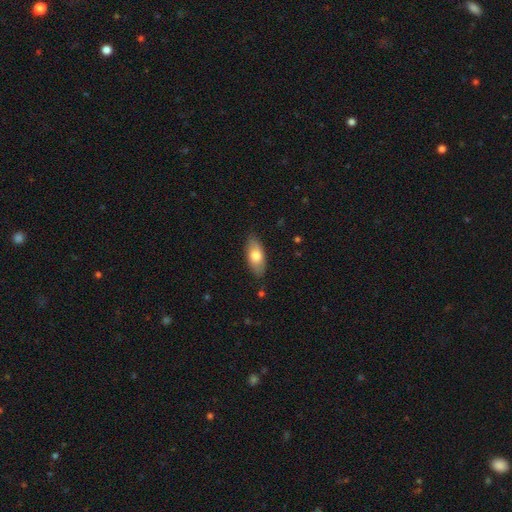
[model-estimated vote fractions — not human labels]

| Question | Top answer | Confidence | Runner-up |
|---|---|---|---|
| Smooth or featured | smooth | 73% | featured or disk (21%) |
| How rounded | in between | 85% | cigar-shaped (12%) |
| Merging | none | 83% | minor disturbance (13%) |